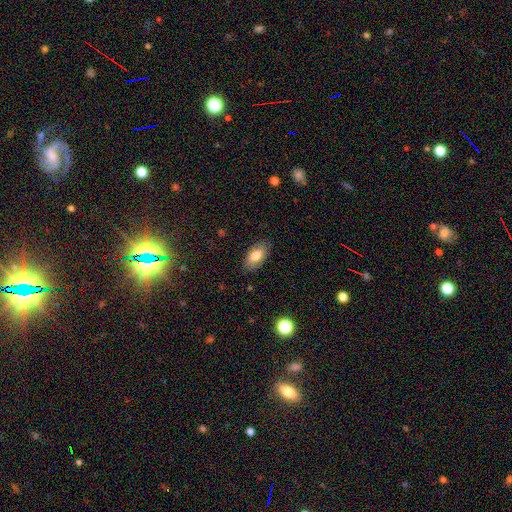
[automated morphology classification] A smooth galaxy with no disk features (75%) that is in between round and cigar-shaped (93%). Merging: none (84%).